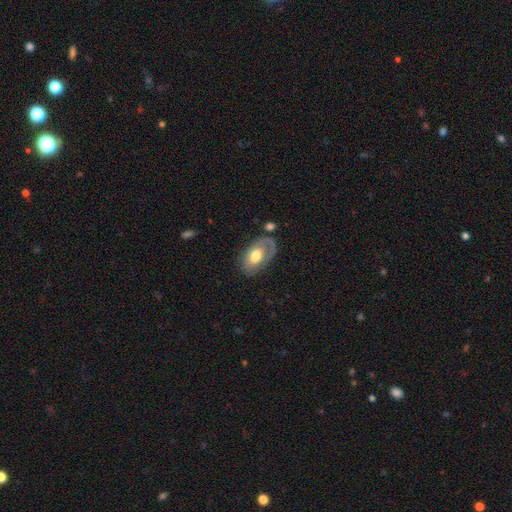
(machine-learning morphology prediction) A smooth galaxy with no disk features (48%). Merging: none (58%).